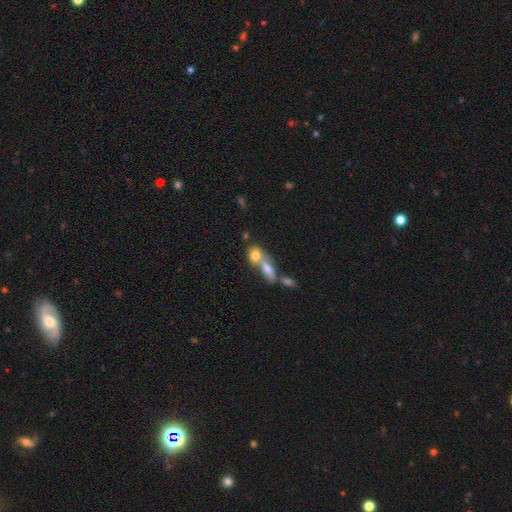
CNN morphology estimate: Smooth or featured?
  - smooth: 73% *
  - featured or disk: 18%
  - star or artifact: 10%
How rounded?
  - in between: 53% *
  - round: 38%
  - cigar-shaped: 9%
Merging?
  - merger: 65% *
  - none: 25%
  - minor disturbance: 7%
  - major disturbance: 4%